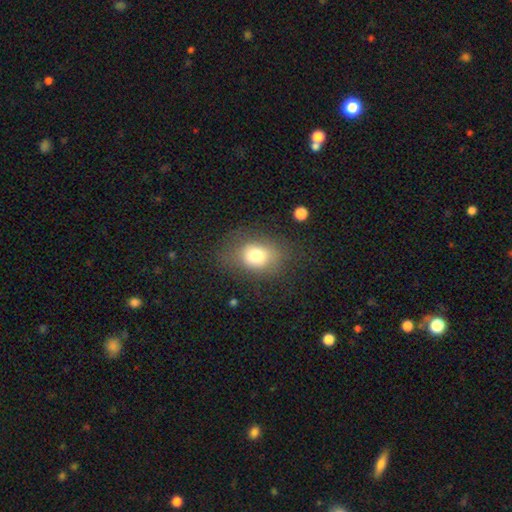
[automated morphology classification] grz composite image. It shows a smooth galaxy with no disk features (74%) that is in between round and cigar-shaped (56%). Merging: none (68%).